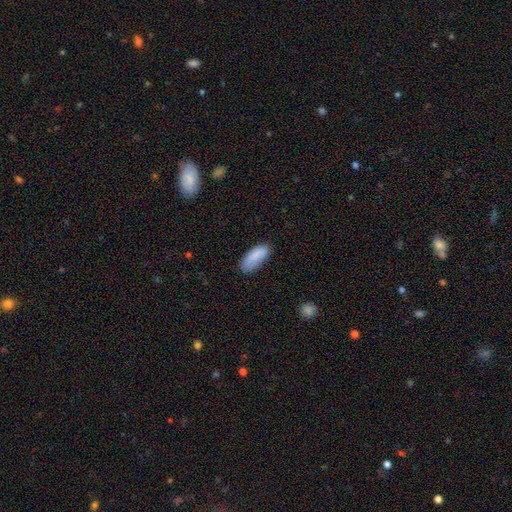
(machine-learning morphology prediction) type=smooth (85%); roundness=in between (81%); merging=none (75%).